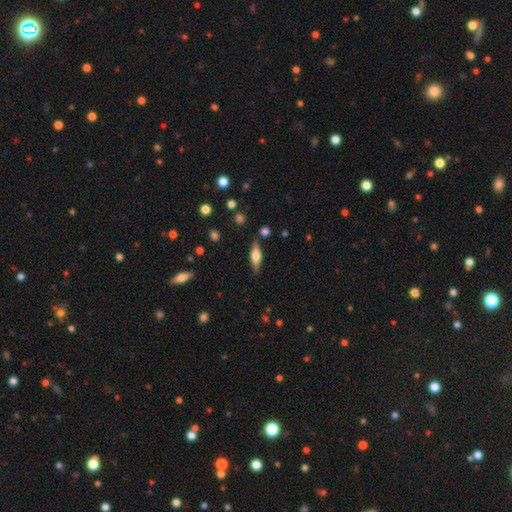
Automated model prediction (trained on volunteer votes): smooth_or_featured: smooth (p=0.48) [alt: featured or disk p=0.45]
merging: none (p=0.83) [alt: minor disturbance p=0.11]